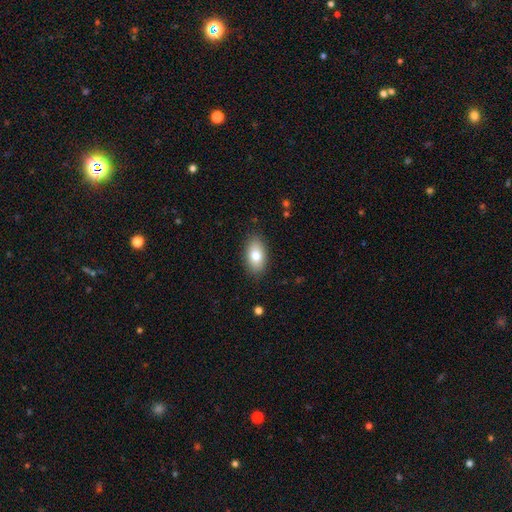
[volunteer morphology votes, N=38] Smooth or featured: smooth — 82% (featured or disk — 18%)
How rounded: in between — 87% (cigar-shaped — 10%)
Merging: none — 76% (minor disturbance — 18%)